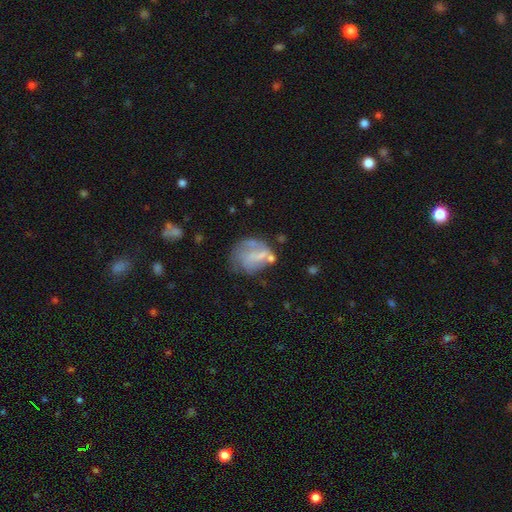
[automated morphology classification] A featured or disk galaxy (50%).

Vote fractions:
- Smooth or featured? featured or disk: 50% / smooth: 40% / star or artifact: 10%
- Edge-on disk? no: 98% / yes: 2%
- Merging? none: 39% / major disturbance: 28% / minor disturbance: 24% / merger: 9%